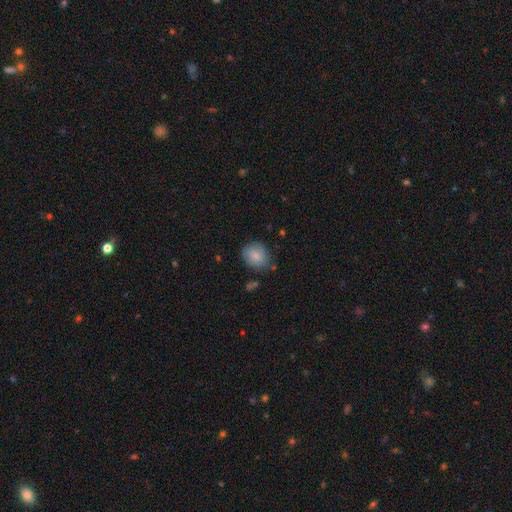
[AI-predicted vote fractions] Smooth or featured? smooth (84%)
How rounded? round (61%)
Merging? none (77%)